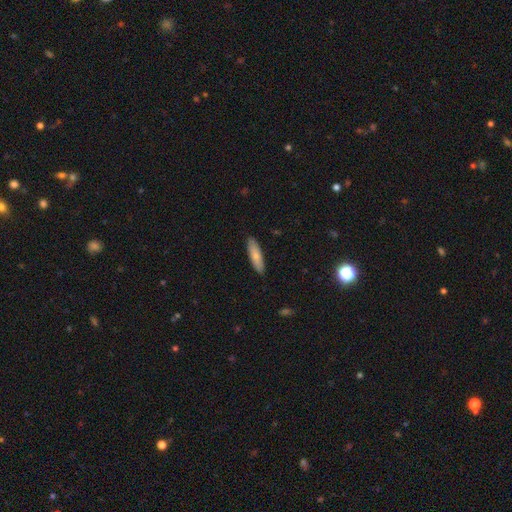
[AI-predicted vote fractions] Smooth or featured? Predicted: smooth (p=0.73). How rounded? Predicted: cigar-shaped (p=0.64). Merging? Predicted: none (p=0.88).